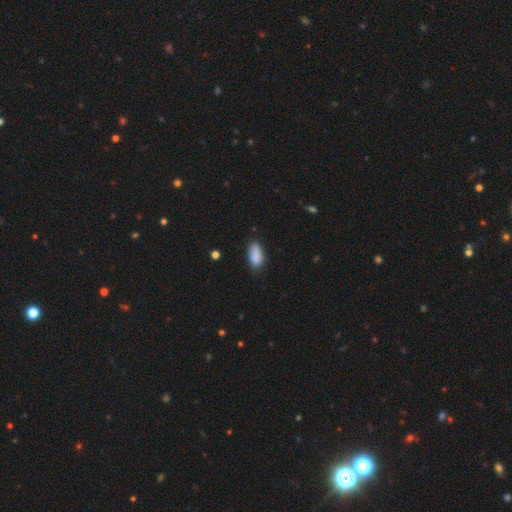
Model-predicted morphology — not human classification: A smooth galaxy with no disk features (87%) that is in between round and cigar-shaped (91%).

Vote fractions:
- Smooth or featured? smooth: 87% / star or artifact: 7% / featured or disk: 6%
- How rounded? in between: 91% / cigar-shaped: 6% / round: 3%
- Merging? none: 68% / minor disturbance: 25% / major disturbance: 5% / merger: 2%